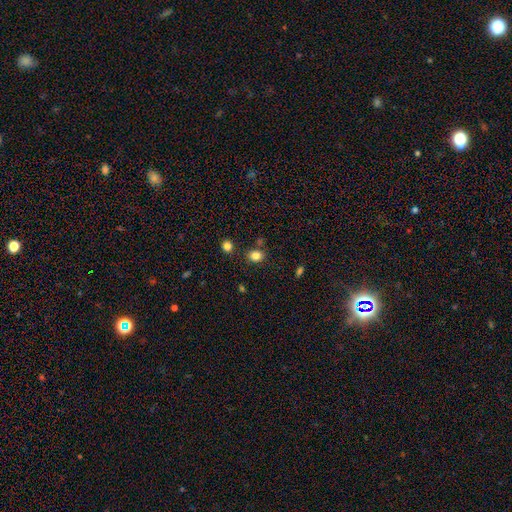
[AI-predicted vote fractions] smooth 83%, star or artifact 12%, featured or disk 5%. Down the decision tree: how rounded — round (50%); merging — none (79%).